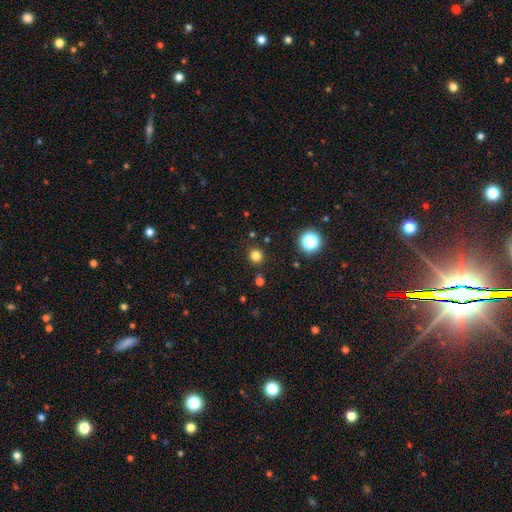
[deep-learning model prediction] This appears to be a smooth galaxy with no disk features (79%) that is round (91%). Merging: none (88%).